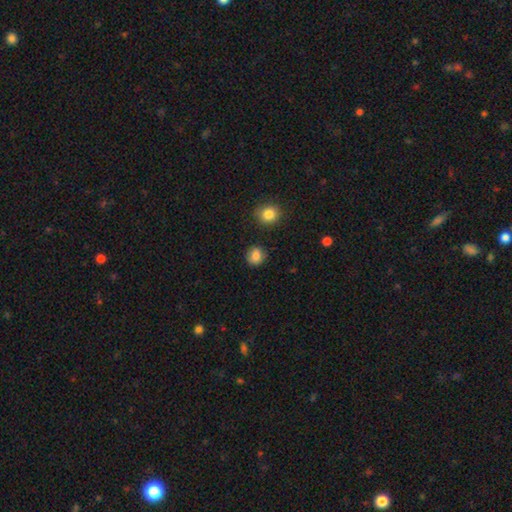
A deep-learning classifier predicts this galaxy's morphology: smooth_or_featured: smooth (p=0.85) [alt: star or artifact p=0.10]
how_rounded: round (p=0.85) [alt: in between p=0.14]
merging: none (p=0.87) [alt: minor disturbance p=0.09]